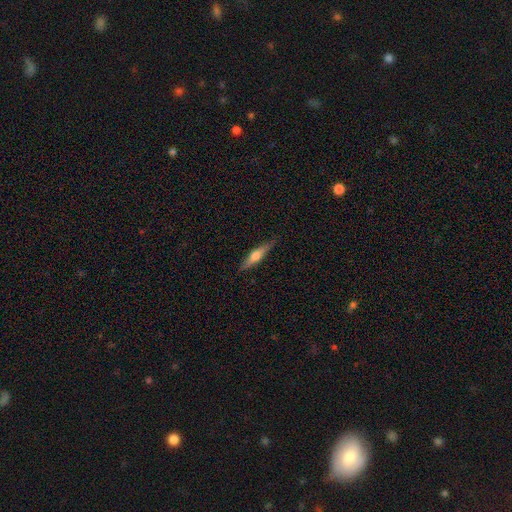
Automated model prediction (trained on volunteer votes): Smooth or featured: featured or disk — 54% (smooth — 40%)
Edge-on disk: yes — 95% (no — 5%)
Edge-on bulge: rounded — 90% (boxy — 6%)
Merging: none — 86% (minor disturbance — 11%)